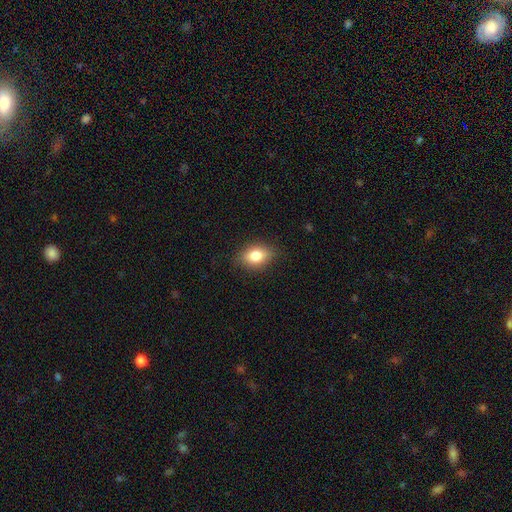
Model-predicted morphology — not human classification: smooth 80%, featured or disk 11%, star or artifact 9%. Down the decision tree: how rounded — in between (78%); merging — none (83%).